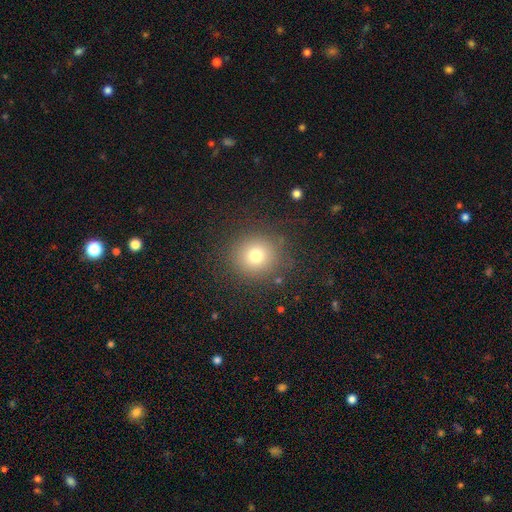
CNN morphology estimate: Smooth or featured?
  - smooth: 75% *
  - star or artifact: 15%
  - featured or disk: 10%
How rounded?
  - round: 90% *
  - in between: 9%
  - cigar-shaped: 1%
Merging?
  - none: 85% *
  - minor disturbance: 9%
  - major disturbance: 4%
  - merger: 1%